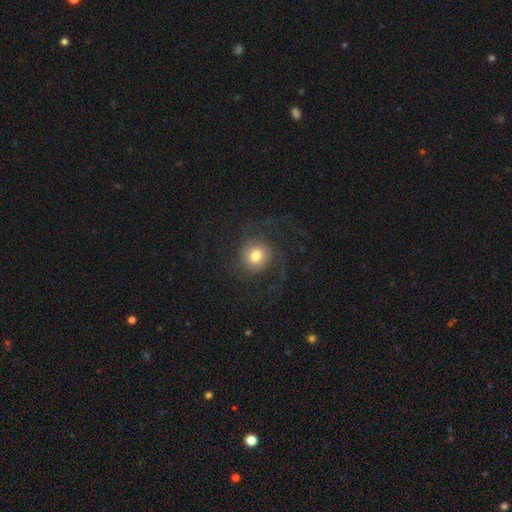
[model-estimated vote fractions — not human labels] Q: Smooth or featured?
A: smooth (45%); runner-up: featured or disk (43%)
Q: Merging?
A: none (62%); runner-up: major disturbance (24%)